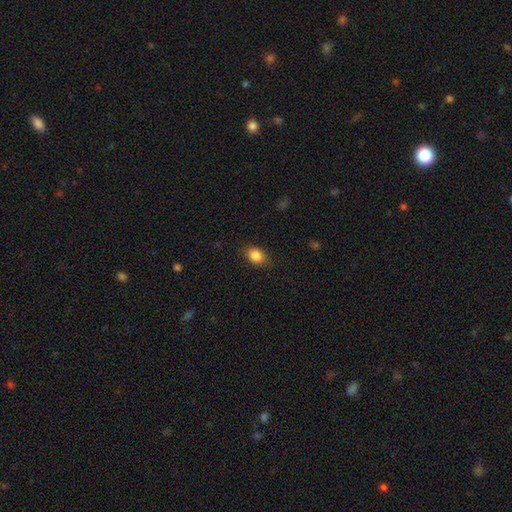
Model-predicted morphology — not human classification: smooth 87%, star or artifact 9%, featured or disk 5%. Down the decision tree: how rounded — in between (70%); merging — none (84%).